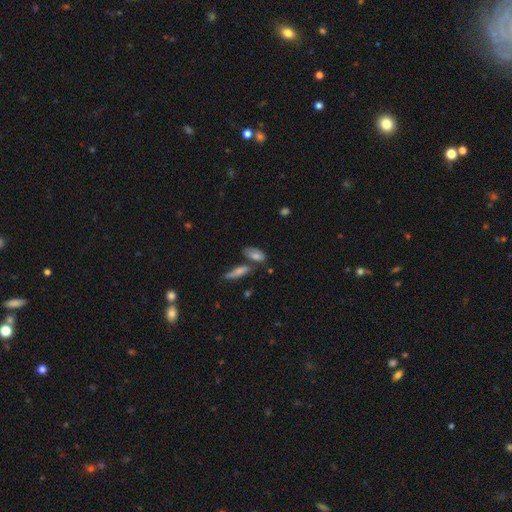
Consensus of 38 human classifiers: Smooth or featured?
  - smooth: 74% *
  - featured or disk: 24%
  - star or artifact: 3%
How rounded?
  - in between: 82% *
  - cigar-shaped: 11%
  - round: 7%
Merging?
  - none: 49% *
  - minor disturbance: 27%
  - merger: 16%
  - major disturbance: 8%